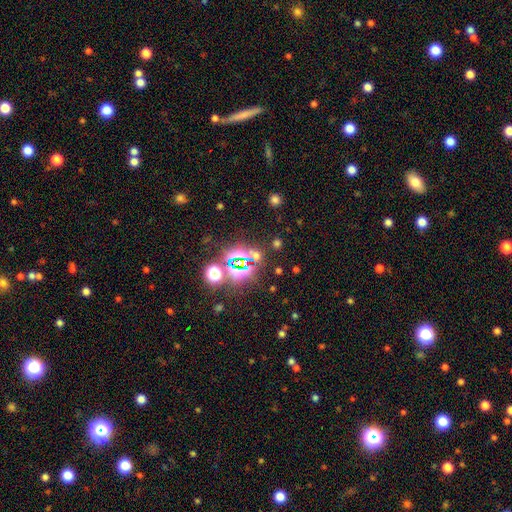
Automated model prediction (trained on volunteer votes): Smooth or featured?
  - star or artifact: 65% *
  - smooth: 27%
  - featured or disk: 7%